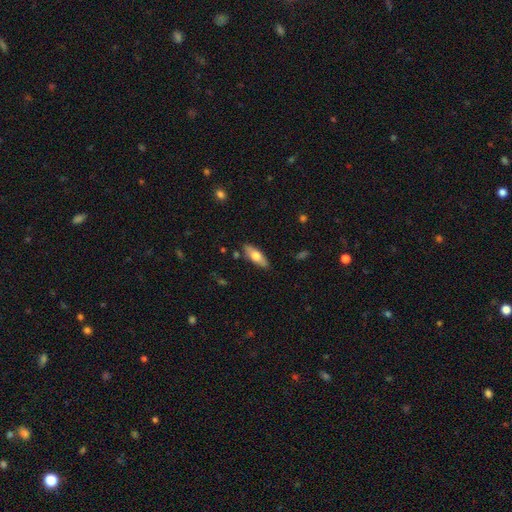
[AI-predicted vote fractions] Smooth or featured? smooth (63%)
How rounded? in between (66%)
Merging? none (84%)